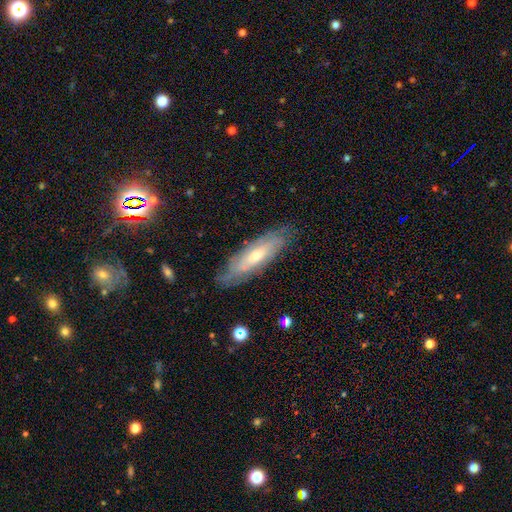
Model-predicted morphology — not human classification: A featured or disk galaxy (67%). Merging: none (80%).